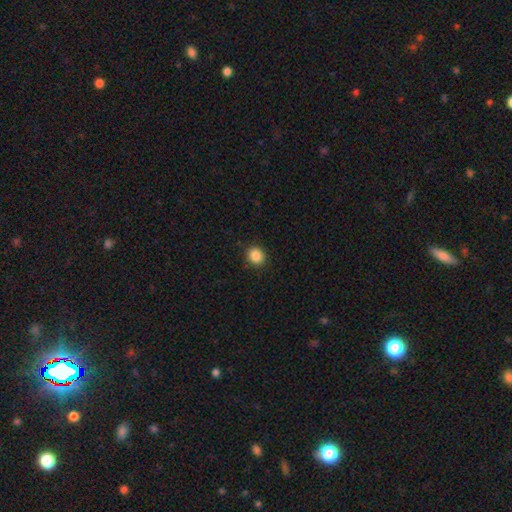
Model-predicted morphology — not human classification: This appears to be a smooth galaxy with no disk features (87%) that is round (80%). Merging: none (90%).